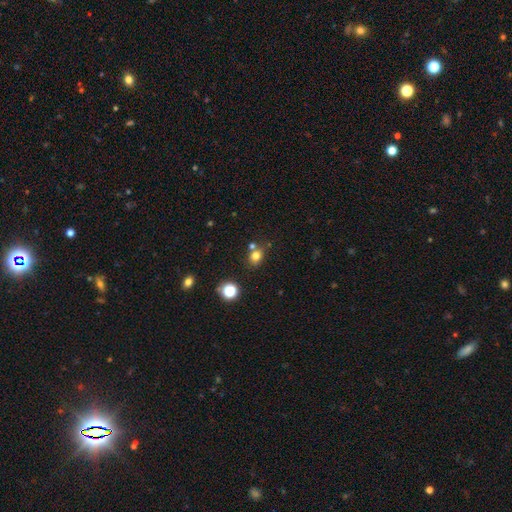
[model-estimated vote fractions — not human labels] smooth 76%, star or artifact 16%, featured or disk 7%. Down the decision tree: how rounded — round (65%); merging — none (65%).